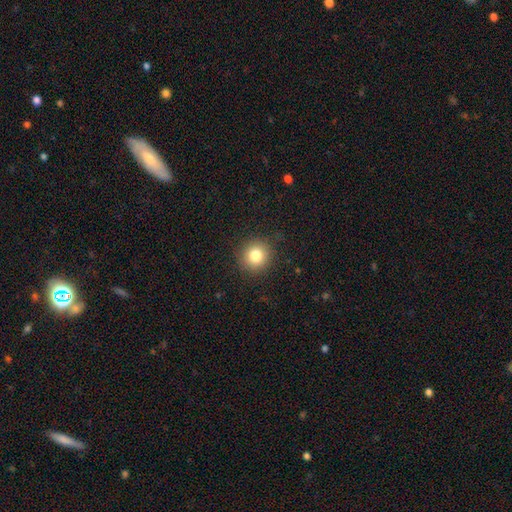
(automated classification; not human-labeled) Smooth or featured?
  - smooth: 81% *
  - star or artifact: 12%
  - featured or disk: 8%
How rounded?
  - round: 92% *
  - in between: 7%
  - cigar-shaped: 1%
Merging?
  - none: 89% *
  - minor disturbance: 7%
  - major disturbance: 3%
  - merger: 1%